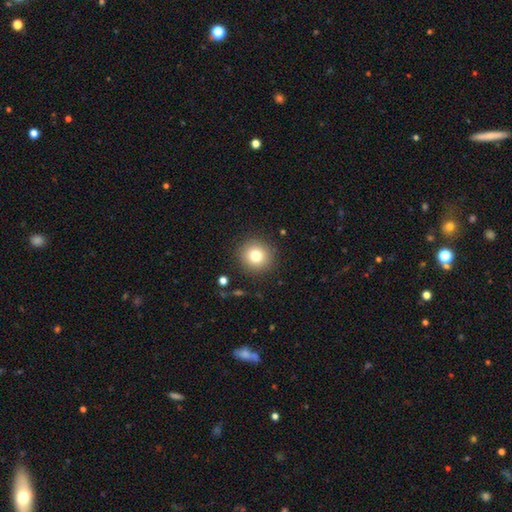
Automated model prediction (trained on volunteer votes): The model was most divided on "smooth or featured": smooth: 78%, star or artifact: 12%, featured or disk: 10%. More confident: how rounded — round (93%); merging — none (90%).